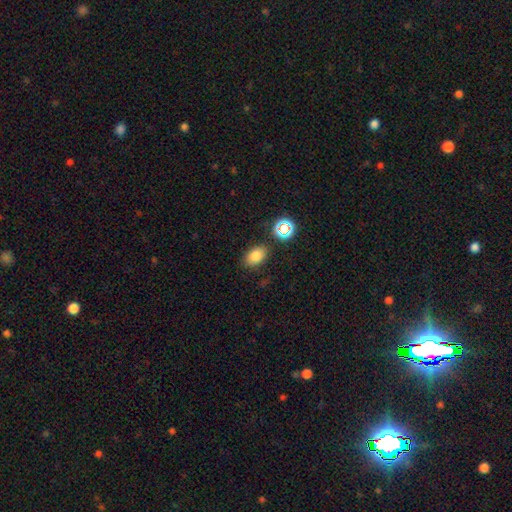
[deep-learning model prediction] A smooth galaxy with no disk features (79%) that is in between round and cigar-shaped (83%). Merging: none (82%).